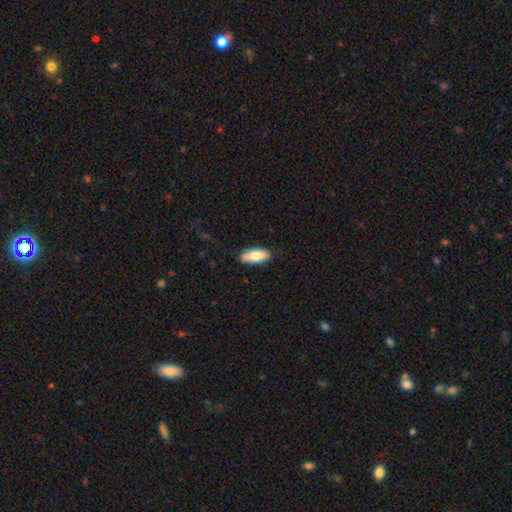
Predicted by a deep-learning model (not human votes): Q: Smooth or featured?
A: smooth (85%); runner-up: featured or disk (10%)
Q: How rounded?
A: in between (84%); runner-up: cigar-shaped (14%)
Q: Merging?
A: none (85%); runner-up: minor disturbance (12%)